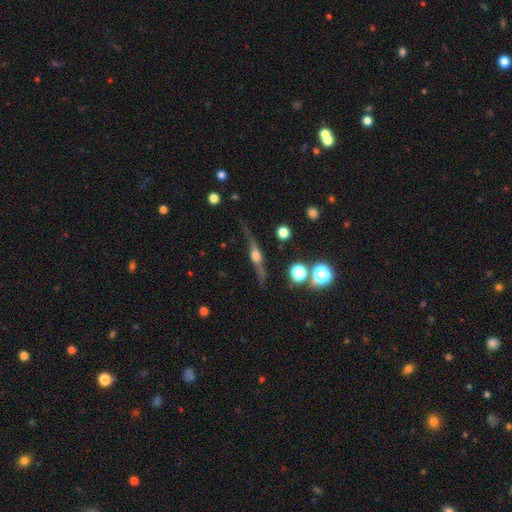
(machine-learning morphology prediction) type=featured or disk (76%); edge-on=yes (93%); edge-on bulge=rounded (91%); merging=none (76%).